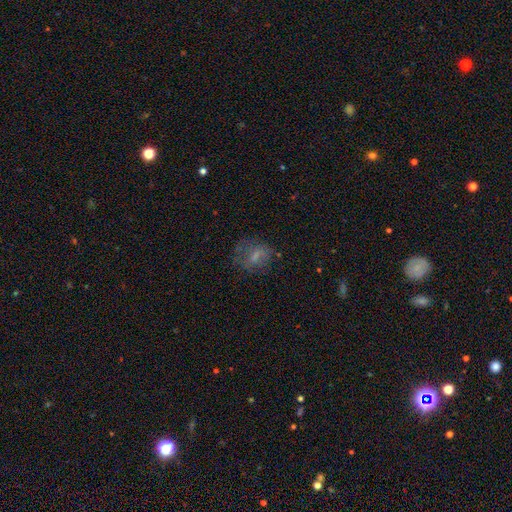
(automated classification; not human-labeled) smooth 56%, featured or disk 30%, star or artifact 13%. Down the decision tree: how rounded — in between (56%); merging — none (54%).